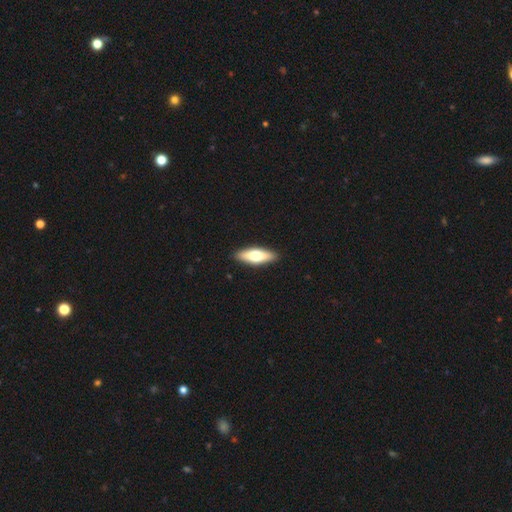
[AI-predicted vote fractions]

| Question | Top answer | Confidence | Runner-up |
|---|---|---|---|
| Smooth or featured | smooth | 58% | featured or disk (36%) |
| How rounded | in between | 52% | cigar-shaped (45%) |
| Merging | none | 90% | minor disturbance (7%) |